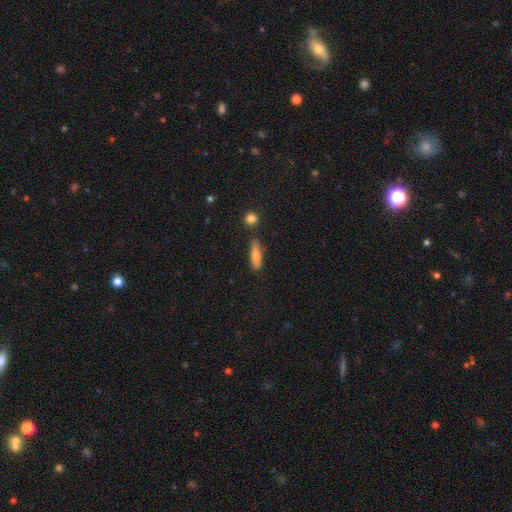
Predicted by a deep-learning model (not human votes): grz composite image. It shows a smooth galaxy with no disk features (80%) that is cigar-shaped (63%). Merging: none (80%).